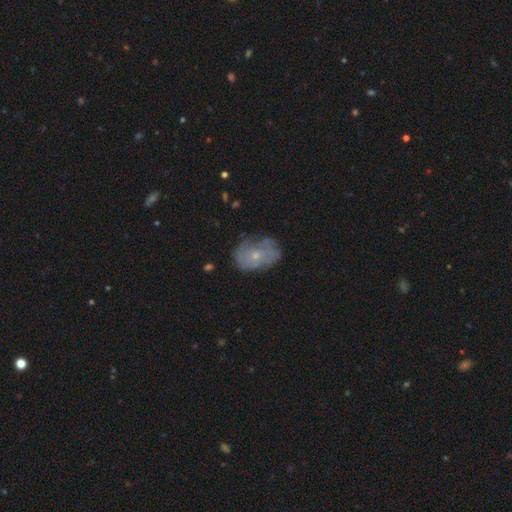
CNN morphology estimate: Smooth or featured?
  - featured or disk: 51% *
  - smooth: 39%
  - star or artifact: 10%
Edge-on disk?
  - no: 96% *
  - yes: 4%
Merging?
  - none: 58% *
  - minor disturbance: 28%
  - major disturbance: 12%
  - merger: 2%